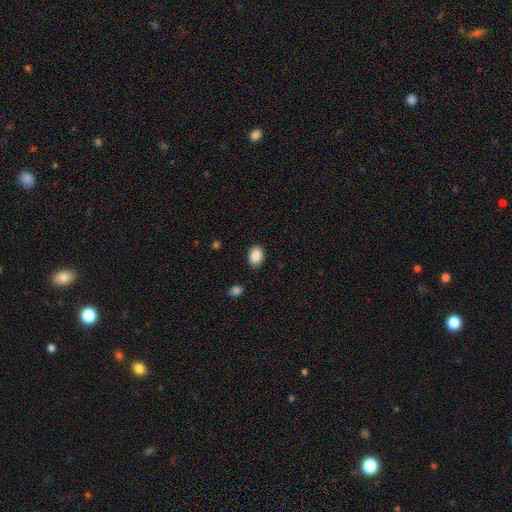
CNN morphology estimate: Smooth or featured?
  - smooth: 88% *
  - star or artifact: 8%
  - featured or disk: 5%
How rounded?
  - in between: 76% *
  - round: 23%
  - cigar-shaped: 1%
Merging?
  - none: 88% *
  - minor disturbance: 8%
  - major disturbance: 2%
  - merger: 1%